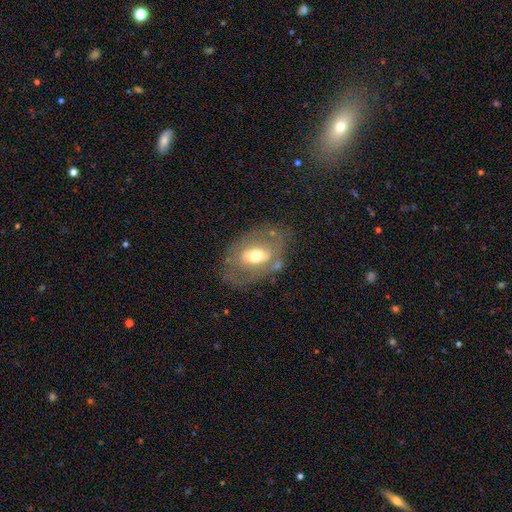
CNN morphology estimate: This appears to be a featured or disk galaxy (53%). Merging: none (66%).